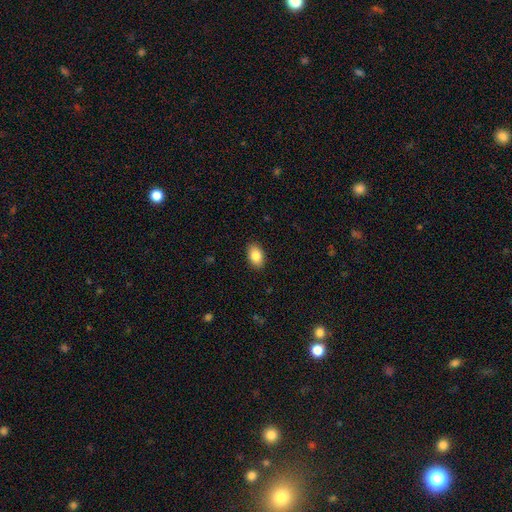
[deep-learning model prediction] Smooth or featured? Predicted: smooth (p=0.85). How rounded? Predicted: in between (p=0.88). Merging? Predicted: none (p=0.90).